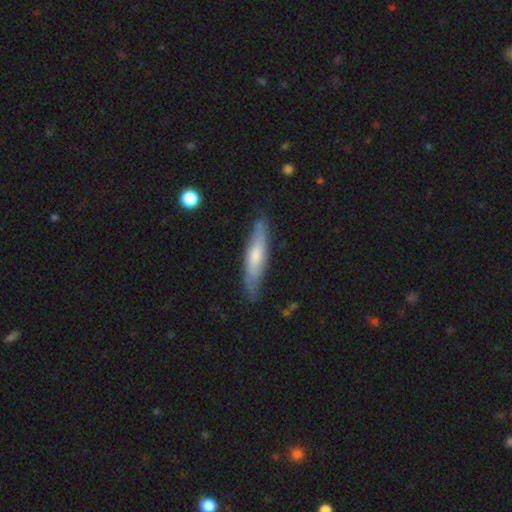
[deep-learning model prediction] smooth-or-featured: smooth: 53% | featured or disk: 41% | star or artifact: 6%
  how-rounded: cigar-shaped: 83% | in between: 16% | round: 1%
  merging: none: 80% | minor disturbance: 15% | major disturbance: 3% | merger: 2%